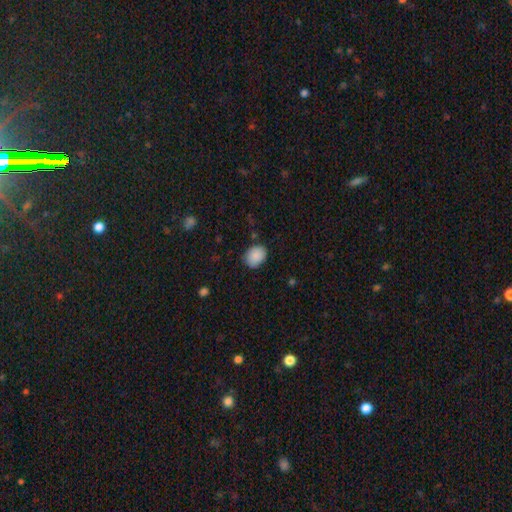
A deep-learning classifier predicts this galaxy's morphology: This appears to be a smooth galaxy with no disk features (89%) that is in between round and cigar-shaped (56%). Merging: none (78%).